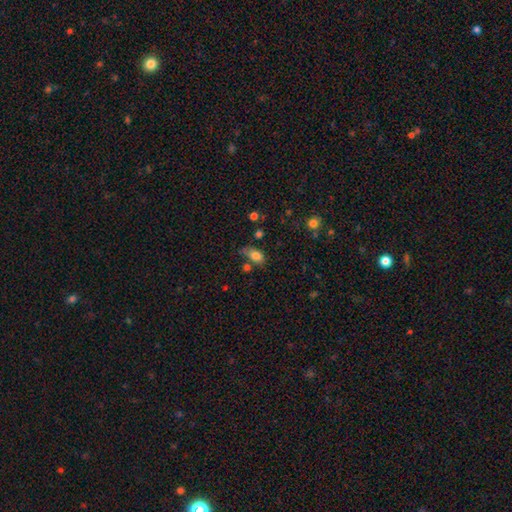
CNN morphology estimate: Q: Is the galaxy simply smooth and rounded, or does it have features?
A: smooth — 81%.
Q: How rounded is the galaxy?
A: in between — 86%.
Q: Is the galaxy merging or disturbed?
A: none — 52%.